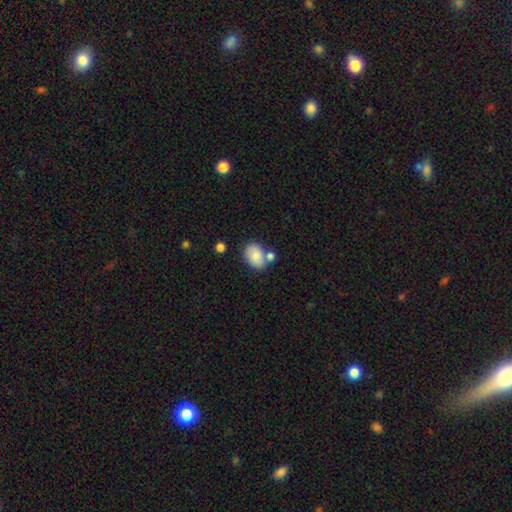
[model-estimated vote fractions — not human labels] Smooth or featured?
  - smooth: 82% *
  - featured or disk: 11%
  - star or artifact: 7%
How rounded?
  - in between: 75% *
  - round: 24%
  - cigar-shaped: 1%
Merging?
  - none: 53% *
  - merger: 26%
  - minor disturbance: 16%
  - major disturbance: 5%